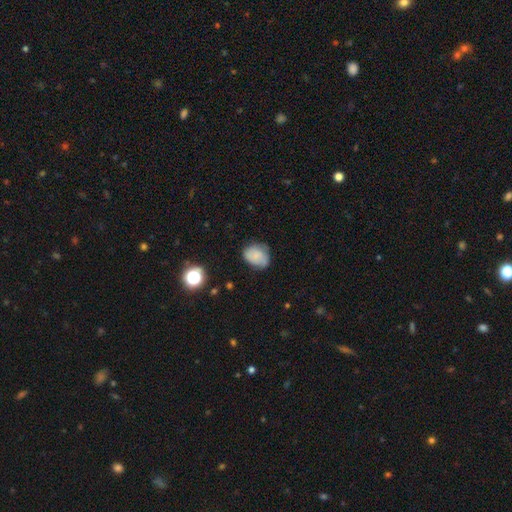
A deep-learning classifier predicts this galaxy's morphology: type=smooth (70%); roundness=in between (59%); merging=none (56%).